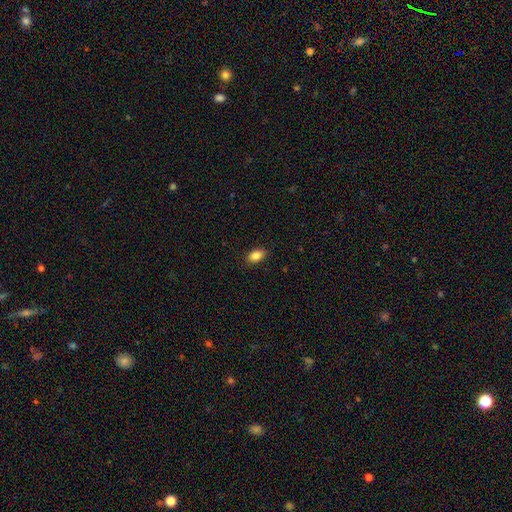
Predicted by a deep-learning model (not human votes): This is clearly a smooth galaxy (87%). How rounded: clearly in between (90%). Merging: clearly none (88%).